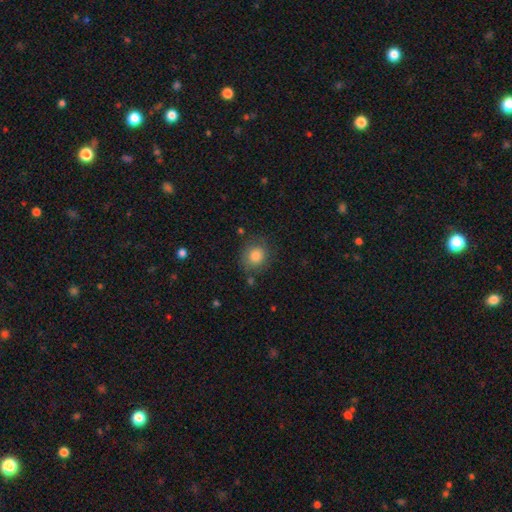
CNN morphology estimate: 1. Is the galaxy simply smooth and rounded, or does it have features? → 82% smooth, 9% star or artifact, 9% featured or disk.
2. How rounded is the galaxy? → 80% round, 19% in between, 1% cigar-shaped.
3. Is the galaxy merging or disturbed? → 78% none, 15% minor disturbance, 5% major disturbance, 3% merger.